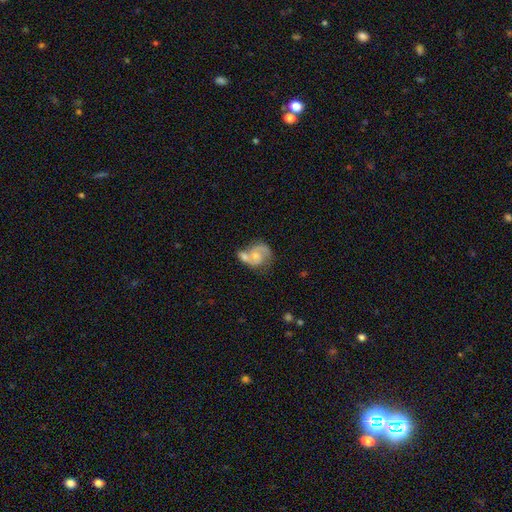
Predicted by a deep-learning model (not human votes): Smooth or featured? featured or disk (76%)
Edge-on disk? no (98%)
Bar? no (65%)
Spiral arms? yes (92%)
Spiral winding? medium (52%)
Spiral arm count? 2 (80%)
Bulge size? small (45%)
Merging? merger (50%)